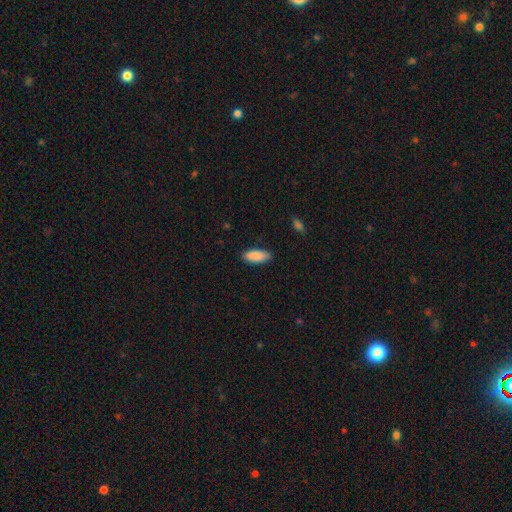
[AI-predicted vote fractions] A smooth galaxy with no disk features (89%) that is in between round and cigar-shaped (80%). Merging: none (85%).